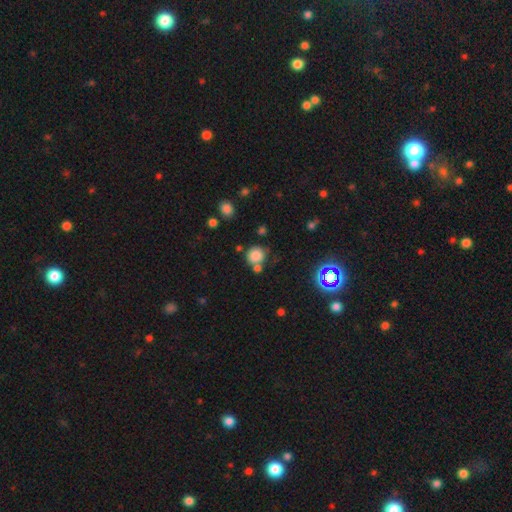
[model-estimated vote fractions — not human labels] Smooth or featured? smooth (81%)
How rounded? round (88%)
Merging? none (63%)